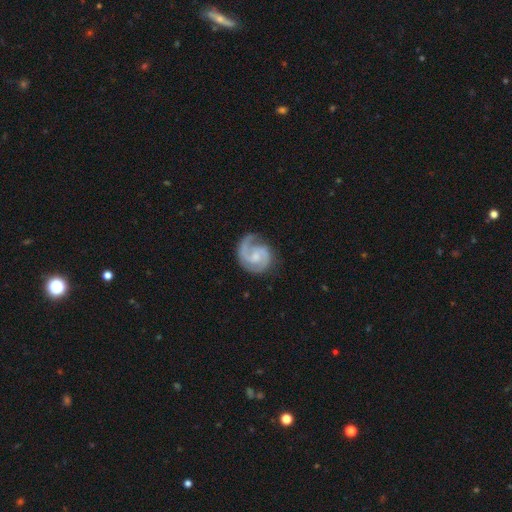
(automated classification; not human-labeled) Smooth or featured?
  - featured or disk: 87% *
  - smooth: 8%
  - star or artifact: 4%
Edge-on disk?
  - no: 98% *
  - yes: 2%
Bar?
  - no: 52% *
  - weak: 42%
  - strong: 7%
Spiral arms?
  - yes: 97% *
  - no: 3%
Spiral winding?
  - medium: 50% *
  - tight: 37%
  - loose: 13%
Spiral arm count?
  - 2: 79% *
  - 1: 11%
  - 3: 4%
  - can't tell: 4%
  - 4: 1%
  - more than 4: 1%
Bulge size?
  - small: 48% *
  - moderate: 28%
  - none: 20%
  - large: 2%
  - dominant: 1%
Merging?
  - none: 69% *
  - minor disturbance: 20%
  - major disturbance: 10%
  - merger: 2%